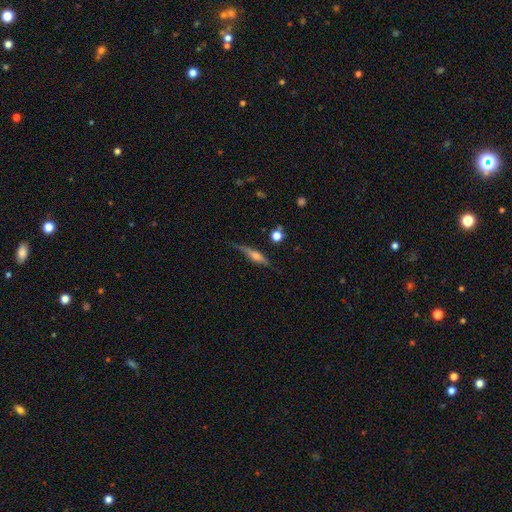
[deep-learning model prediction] smooth_or_featured: featured or disk (p=0.53) [alt: smooth p=0.39]
disk_edge_on: yes (p=0.91) [alt: no p=0.09]
merging: none (p=0.67) [alt: minor disturbance p=0.23]